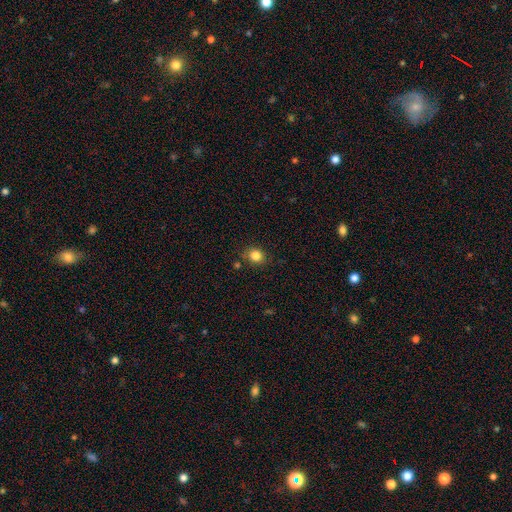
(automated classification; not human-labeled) Overall: smooth (84%). How rounded: round (71%). Merging: none (81%).